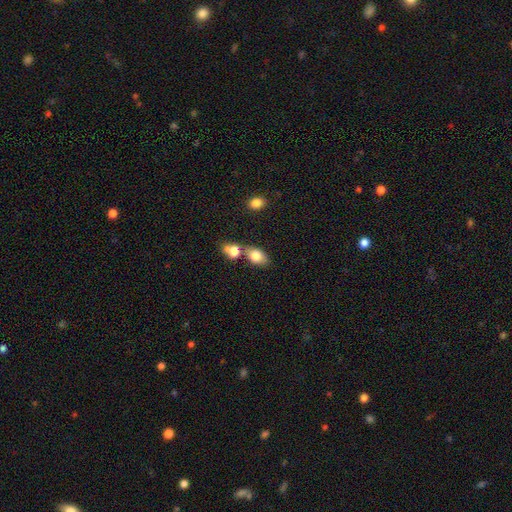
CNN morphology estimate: A smooth galaxy with no disk features (79%) that is in between round and cigar-shaped (79%).

Vote fractions:
- Smooth or featured? smooth: 79% / featured or disk: 13% / star or artifact: 9%
- How rounded? in between: 79% / round: 19% / cigar-shaped: 2%
- Merging? none: 54% / merger: 30% / minor disturbance: 12% / major disturbance: 4%